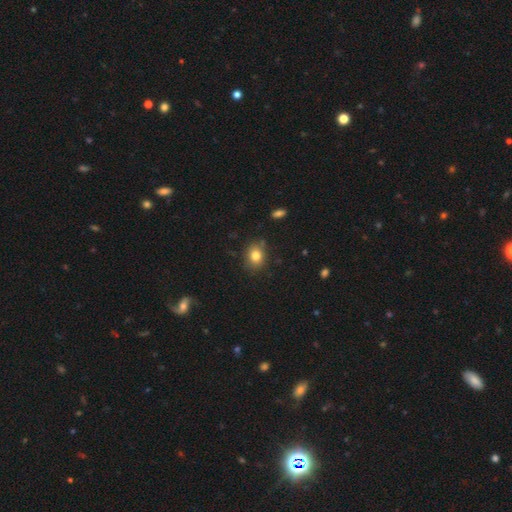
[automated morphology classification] This is clearly a smooth galaxy (81%). How rounded: possibly round (56%). Merging: clearly none (82%).